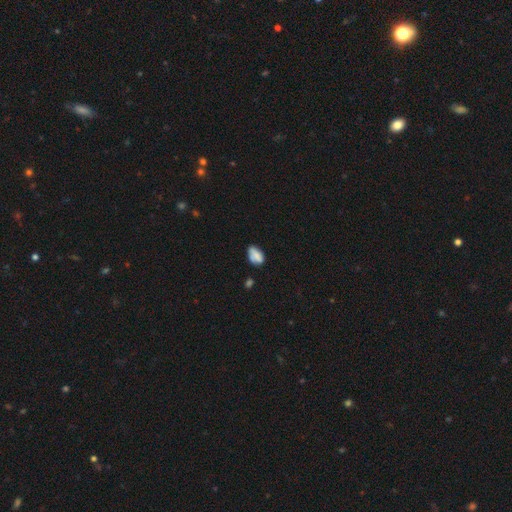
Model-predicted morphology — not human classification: This is likely a smooth galaxy (77%). How rounded: clearly in between (90%). Merging: possibly none (58%).